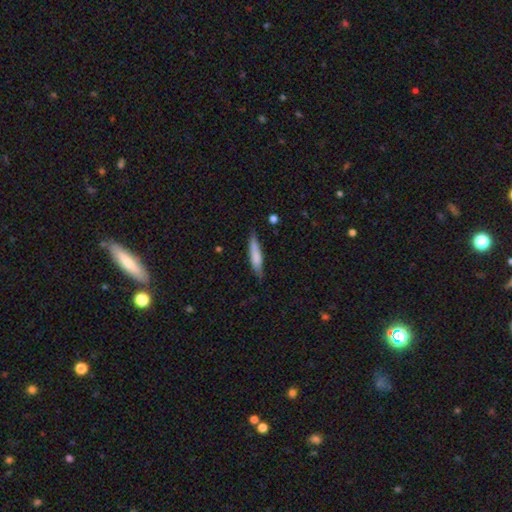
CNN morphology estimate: Smooth or featured? Predicted: smooth (p=0.74). How rounded? Predicted: cigar-shaped (p=0.81). Merging? Predicted: none (p=0.75).